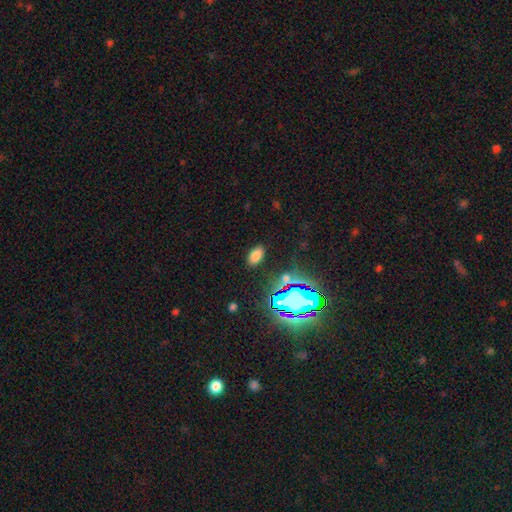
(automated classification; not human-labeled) This appears to be a smooth galaxy with no disk features (71%) that is in between round and cigar-shaped (91%). Merging: none (86%).